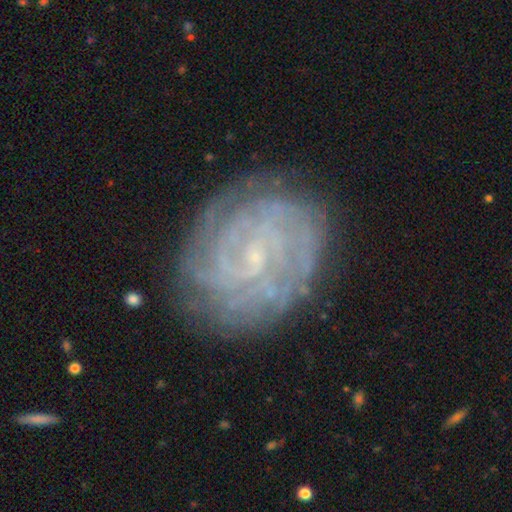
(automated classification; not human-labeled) Smooth or featured: featured or disk — 84% (smooth — 9%)
Edge-on disk: no — 97% (yes — 3%)
Bar: weak — 46% (no — 40%)
Spiral arms: yes — 95% (no — 5%)
Spiral winding: tight — 79% (medium — 17%)
Spiral arm count: can't tell — 37% (2 — 16%)
Bulge size: small — 80% (moderate — 10%)
Merging: none — 80% (minor disturbance — 14%)